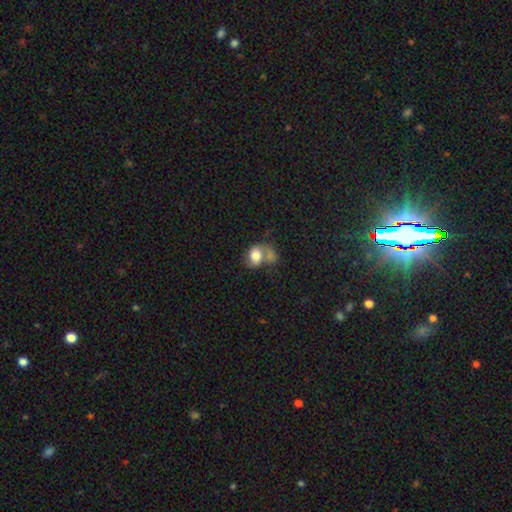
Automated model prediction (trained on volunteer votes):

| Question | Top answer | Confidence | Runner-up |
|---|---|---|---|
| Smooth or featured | smooth | 74% | featured or disk (18%) |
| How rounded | in between | 60% | round (39%) |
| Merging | merger | 52% | none (24%) |